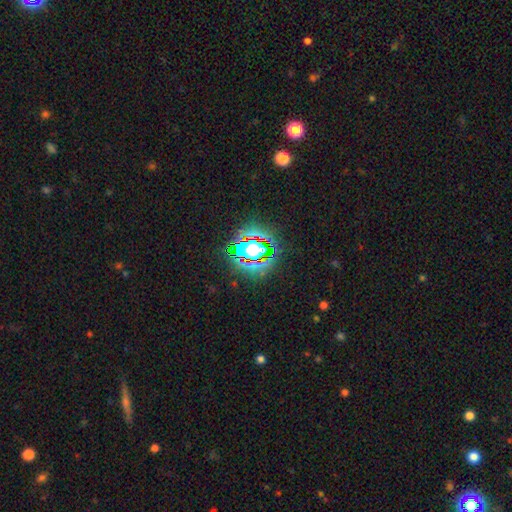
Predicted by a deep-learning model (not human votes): smooth-or-featured: star or artifact: 80% | smooth: 12% | featured or disk: 8%